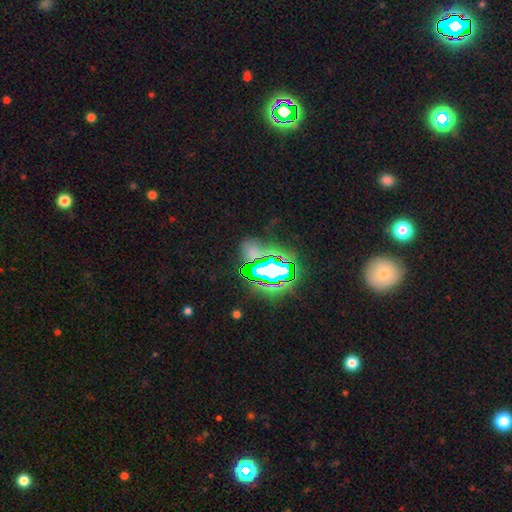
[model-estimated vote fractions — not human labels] Q: Smooth or featured?
A: star or artifact (60%); runner-up: smooth (24%)